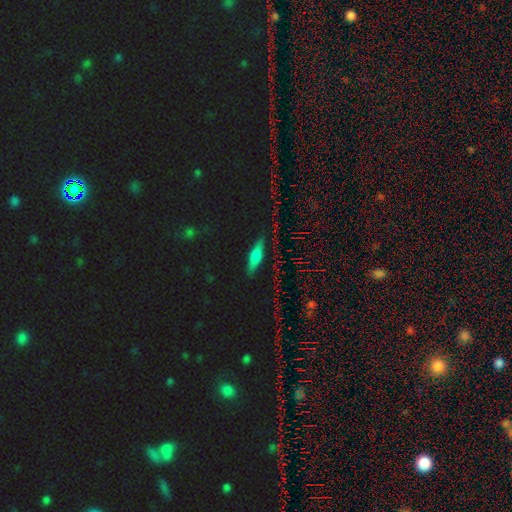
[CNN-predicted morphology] Smooth or featured?
  - smooth: 49% *
  - featured or disk: 29%
  - star or artifact: 22%
Merging?
  - none: 86% *
  - minor disturbance: 10%
  - major disturbance: 3%
  - merger: 2%